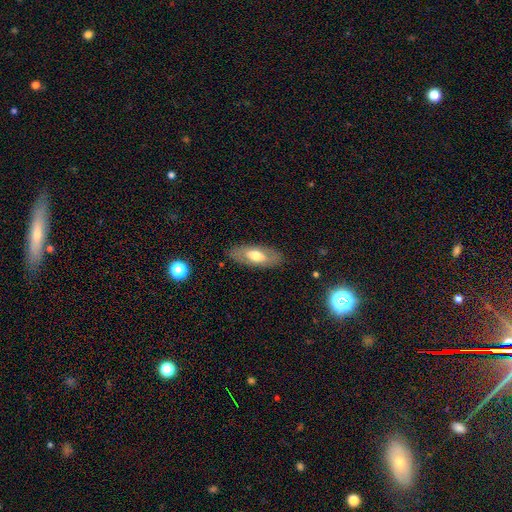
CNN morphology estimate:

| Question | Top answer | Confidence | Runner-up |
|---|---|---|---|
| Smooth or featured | smooth | 58% | featured or disk (36%) |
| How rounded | in between | 82% | cigar-shaped (16%) |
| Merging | none | 85% | minor disturbance (11%) |